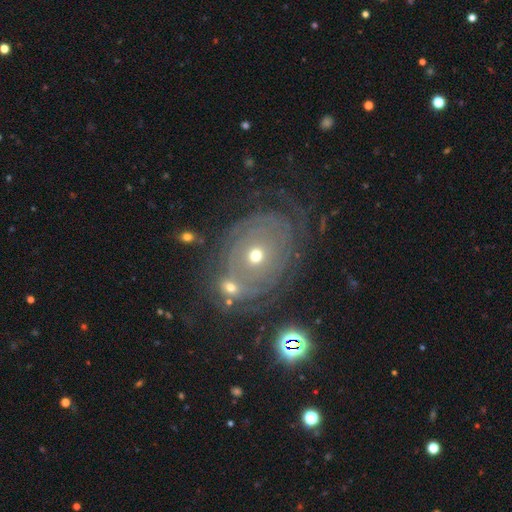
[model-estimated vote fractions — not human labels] Smooth or featured: featured or disk — 77% (smooth — 14%)
Edge-on disk: no — 96% (yes — 4%)
Bar: no — 81% (weak — 14%)
Spiral arms: yes — 81% (no — 19%)
Spiral winding: tight — 72% (medium — 20%)
Spiral arm count: can't tell — 39% (2 — 26%)
Bulge size: small — 53% (moderate — 42%)
Merging: none — 57% (minor disturbance — 16%)